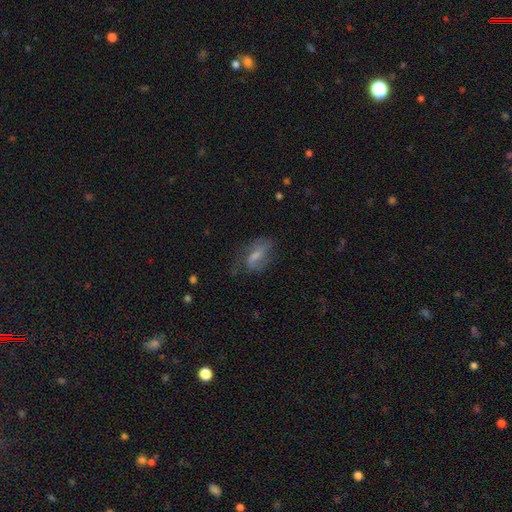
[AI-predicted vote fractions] Overall: featured or disk (52%; smooth 40%). Edge-on disk: no (93%). Merging: none (50%; minor disturbance 26%).